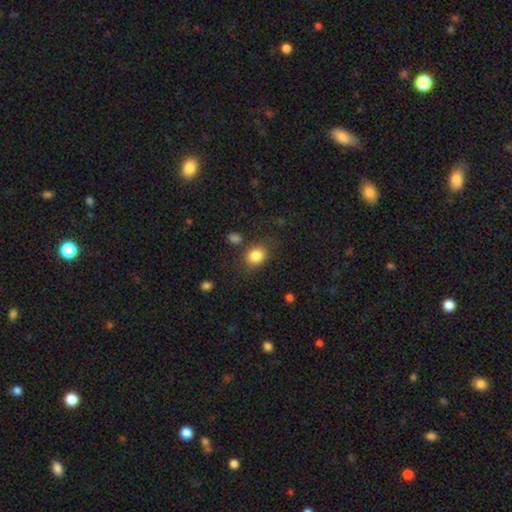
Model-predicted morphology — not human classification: A smooth galaxy with no disk features (84%) that is round (53%).

Vote fractions:
- Smooth or featured? smooth: 84% / star or artifact: 10% / featured or disk: 6%
- How rounded? round: 53% / in between: 46% / cigar-shaped: 1%
- Merging? none: 74% / minor disturbance: 14% / major disturbance: 6% / merger: 5%